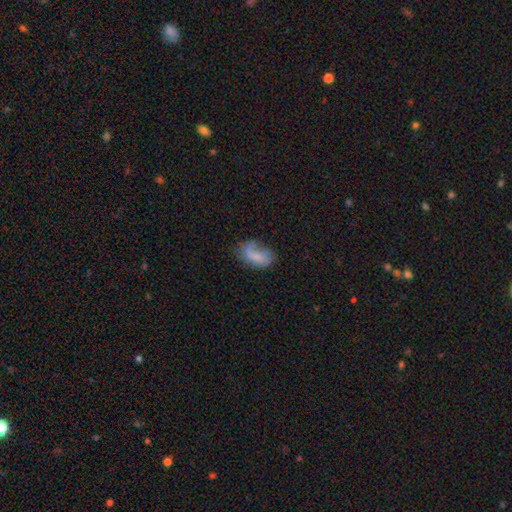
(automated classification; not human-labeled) A smooth galaxy with no disk features (55%) that is in between round and cigar-shaped (88%). Merging: none (41%).